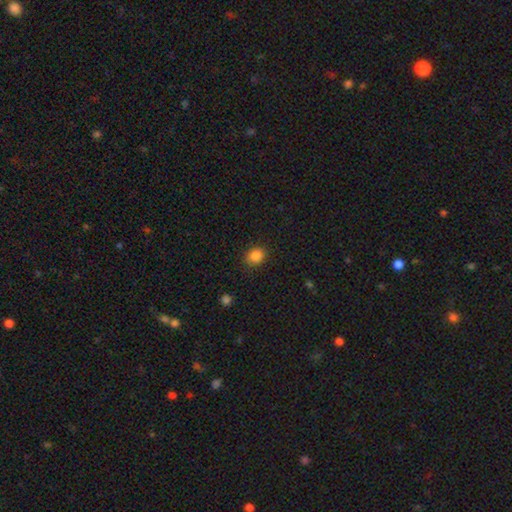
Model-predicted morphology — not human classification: Smooth or featured? smooth (86%)
How rounded? round (69%)
Merging? none (86%)